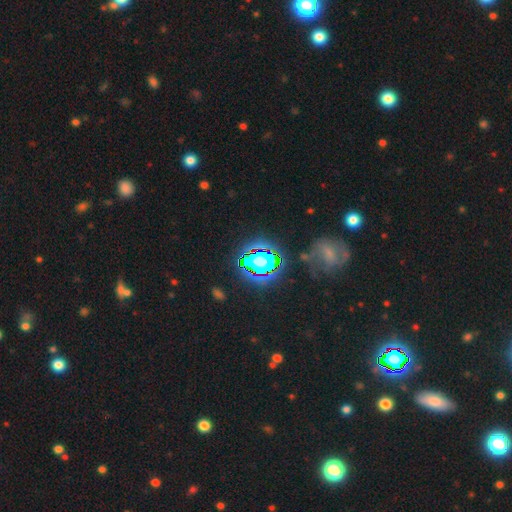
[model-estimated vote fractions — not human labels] Smooth or featured? Predicted: star or artifact (p=0.73).